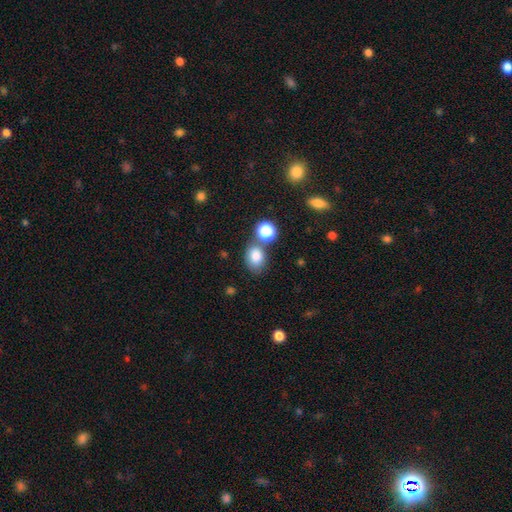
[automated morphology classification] This appears to be a smooth galaxy with no disk features (81%) that is in between round and cigar-shaped (66%). Merging: none (61%).